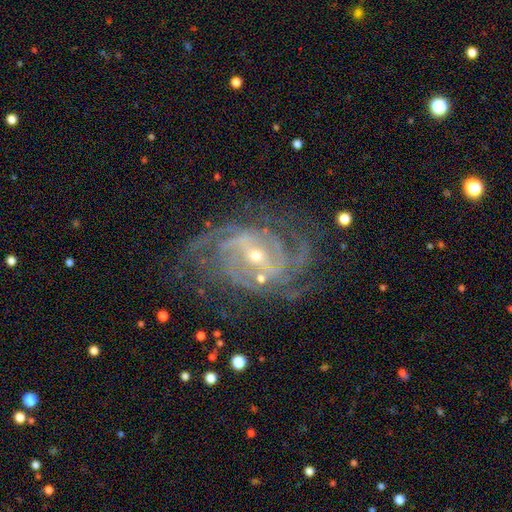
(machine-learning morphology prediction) smooth_or_featured: featured or disk (p=0.90) [alt: star or artifact p=0.07]
disk_edge_on: no (p=0.97) [alt: yes p=0.03]
bar: weak (p=0.43) [alt: strong p=0.33]
has_spiral_arms: yes (p=0.98) [alt: no p=0.02]
spiral_winding: tight (p=0.58) [alt: medium p=0.34]
spiral_arm_count: 4 (p=0.23) [alt: can't tell p=0.22]
bulge_size: small (p=0.64) [alt: moderate p=0.33]
merging: none (p=0.70) [alt: minor disturbance p=0.17]